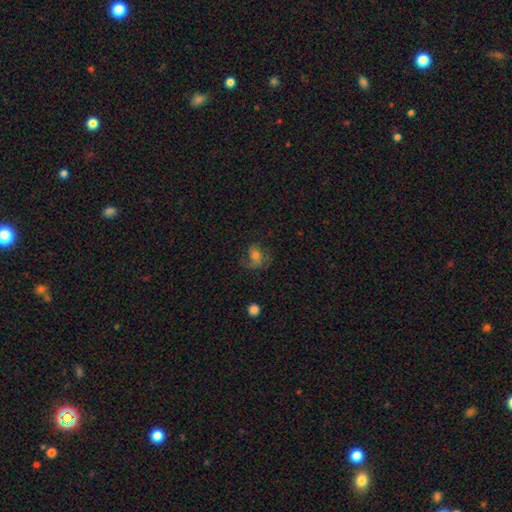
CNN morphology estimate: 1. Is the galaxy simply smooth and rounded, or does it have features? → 53% featured or disk, 35% smooth, 11% star or artifact.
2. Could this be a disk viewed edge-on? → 97% no, 3% yes.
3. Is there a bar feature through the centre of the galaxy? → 66% no, 27% weak, 6% strong.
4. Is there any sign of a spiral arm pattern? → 86% yes, 14% no.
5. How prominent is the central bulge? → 54% moderate, 28% small, 11% large, 5% none, 2% dominant.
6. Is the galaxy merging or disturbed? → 50% none, 26% major disturbance, 22% minor disturbance, 2% merger.